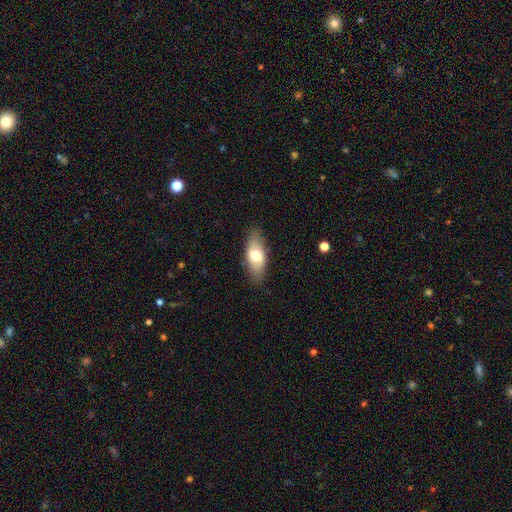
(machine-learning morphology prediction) This appears to be a smooth galaxy with no disk features (69%) that is in between round and cigar-shaped (84%). Merging: none (84%).